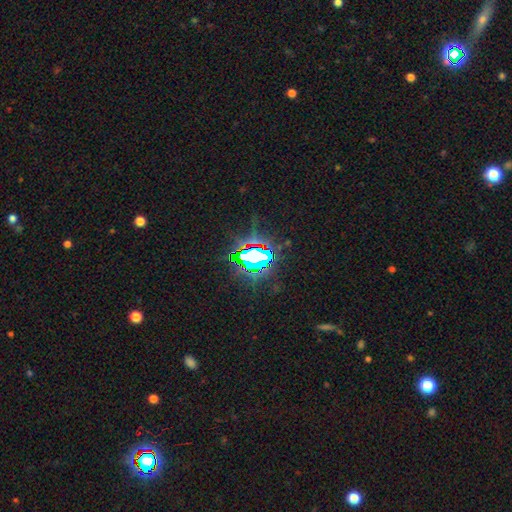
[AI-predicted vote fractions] This appears to be a star or artifact, not a galaxy (76%).